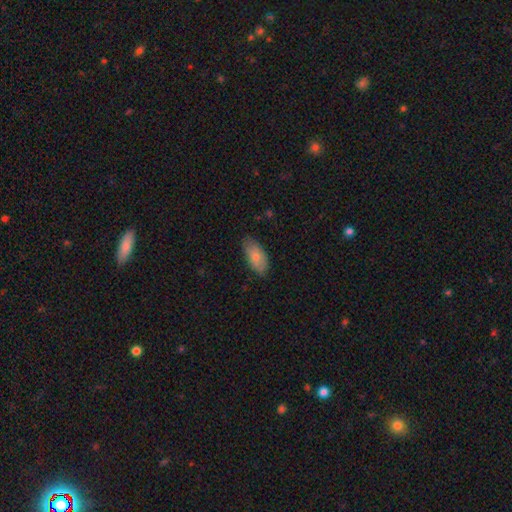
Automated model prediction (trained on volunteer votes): The model was most divided on "merging": none: 78%, minor disturbance: 18%, major disturbance: 3%, merger: 1%. More confident: how rounded — in between (90%); smooth or featured — smooth (78%).